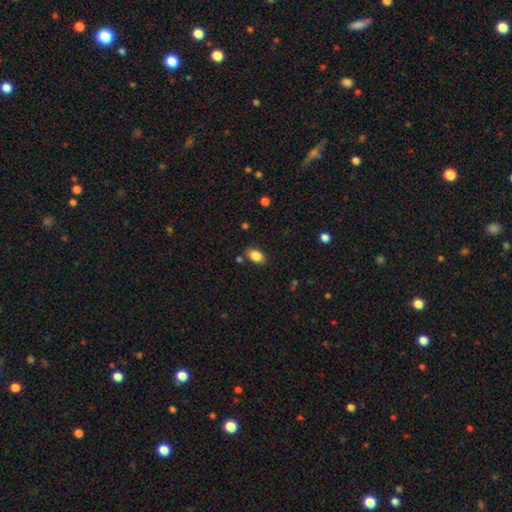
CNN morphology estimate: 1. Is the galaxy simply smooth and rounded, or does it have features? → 85% smooth, 8% star or artifact, 7% featured or disk.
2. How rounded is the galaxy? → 89% in between, 10% round, 2% cigar-shaped.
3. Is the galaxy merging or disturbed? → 82% none, 12% minor disturbance, 4% merger, 3% major disturbance.